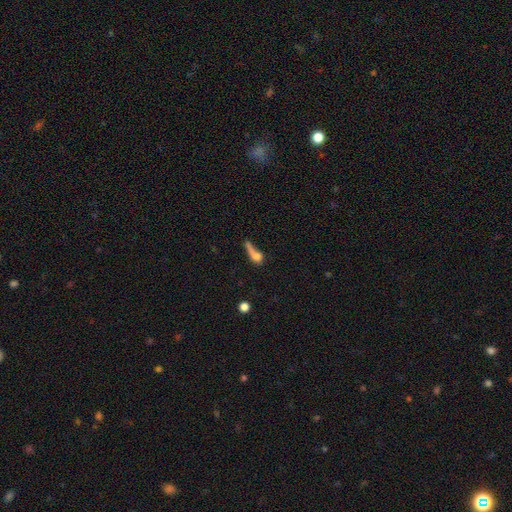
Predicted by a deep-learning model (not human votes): Overall: smooth (59%; featured or disk 27%). How rounded: cigar-shaped (39%, tied with in between). Merging: major disturbance (31%; merger 27%).